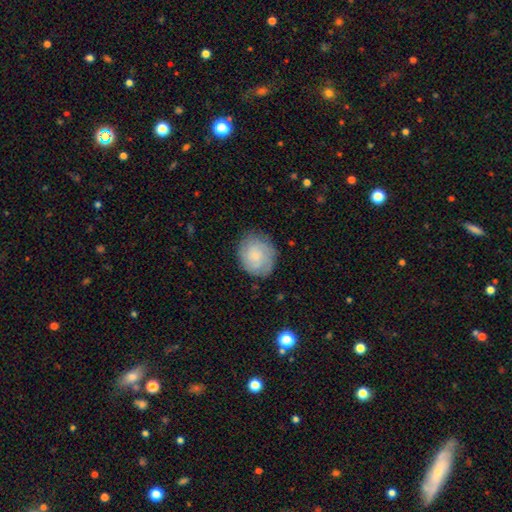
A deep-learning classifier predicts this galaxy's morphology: smooth 58%, featured or disk 34%, star or artifact 8%. Down the decision tree: how rounded — round (72%); merging — none (76%).